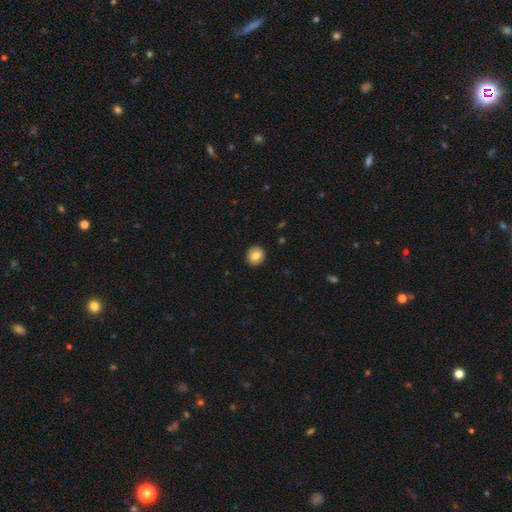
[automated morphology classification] Q: Smooth or featured?
A: smooth (79%); runner-up: featured or disk (13%)
Q: How rounded?
A: round (90%); runner-up: in between (10%)
Q: Merging?
A: none (92%); runner-up: minor disturbance (6%)